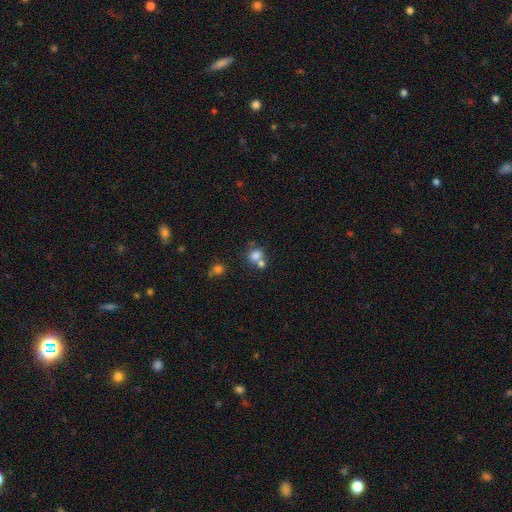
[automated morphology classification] A smooth galaxy with no disk features (77%) that is round (74%). Merging: none (45%).